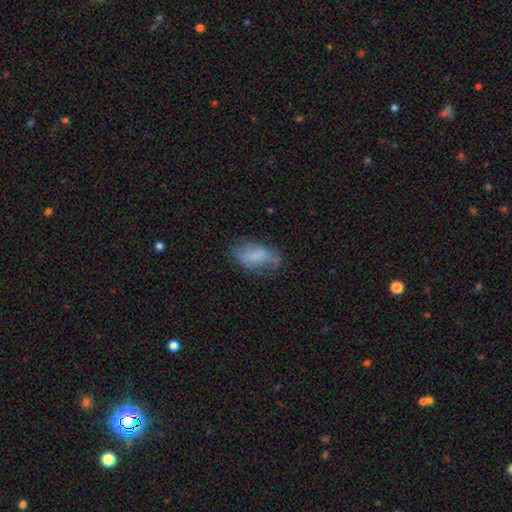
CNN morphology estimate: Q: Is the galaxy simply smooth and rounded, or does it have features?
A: smooth — 67%.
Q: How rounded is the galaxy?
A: in between — 90%.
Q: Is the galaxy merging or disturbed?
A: none — 50%.